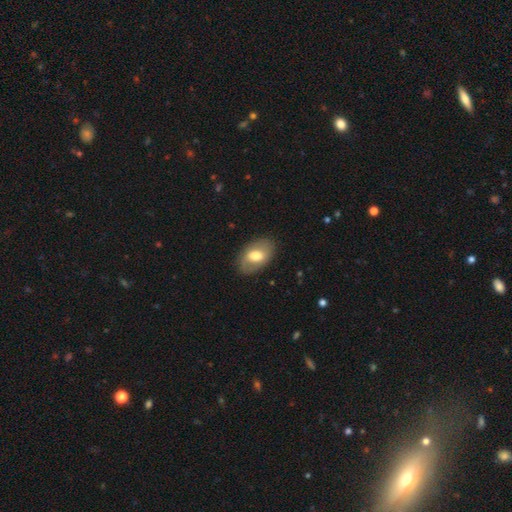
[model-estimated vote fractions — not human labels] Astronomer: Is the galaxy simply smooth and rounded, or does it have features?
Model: smooth — 57% (runner-up: featured or disk, 37%).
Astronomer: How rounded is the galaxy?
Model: in between — 89%.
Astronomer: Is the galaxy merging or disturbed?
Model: none — 82%.